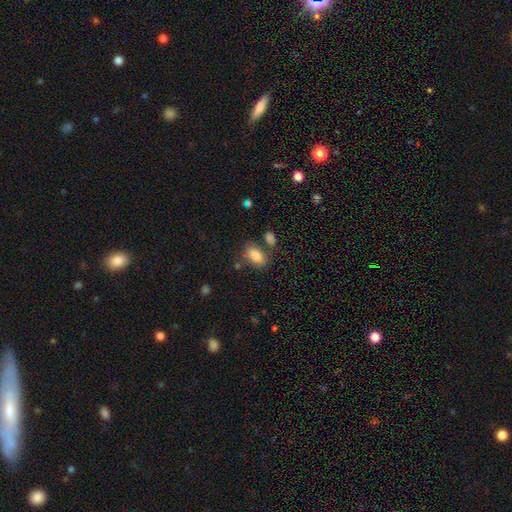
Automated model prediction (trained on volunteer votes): This is likely a smooth galaxy (79%). How rounded: clearly in between (87%). Merging: likely none (68%).